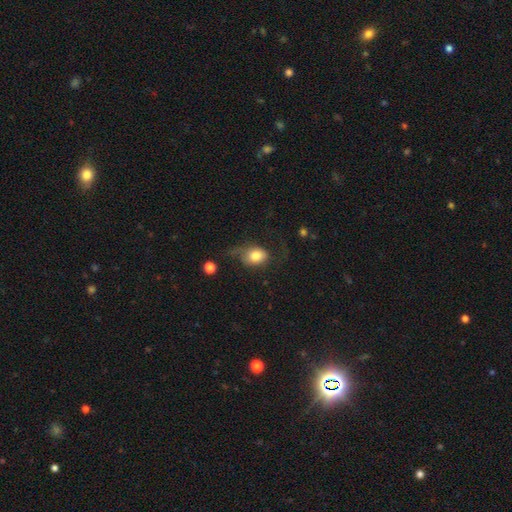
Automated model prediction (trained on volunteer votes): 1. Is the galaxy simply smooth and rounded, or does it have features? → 73% smooth, 19% featured or disk, 8% star or artifact.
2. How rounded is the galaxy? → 59% in between, 39% round, 2% cigar-shaped.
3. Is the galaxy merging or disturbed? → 38% none, 31% major disturbance, 27% minor disturbance, 4% merger.